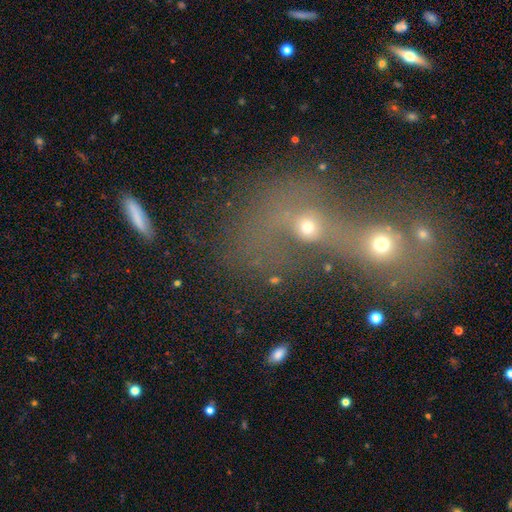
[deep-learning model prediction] smooth 47%, featured or disk 28%, star or artifact 25%. Down the decision tree: merging — merger (76%).